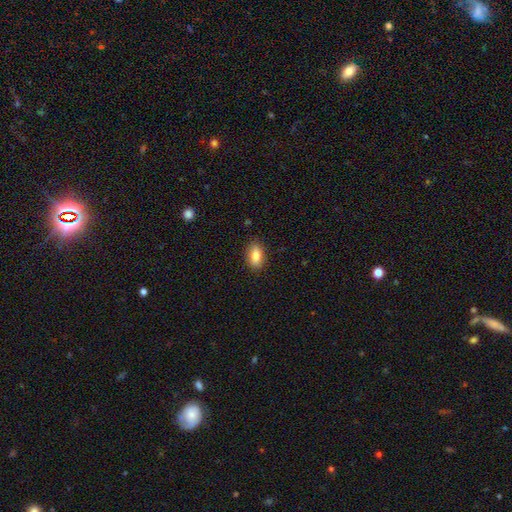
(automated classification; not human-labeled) A smooth galaxy with no disk features (85%) that is in between round and cigar-shaped (88%).

Vote fractions:
- Smooth or featured? smooth: 85% / featured or disk: 8% / star or artifact: 8%
- How rounded? in between: 88% / cigar-shaped: 6% / round: 6%
- Merging? none: 86% / minor disturbance: 11% / major disturbance: 2% / merger: 1%